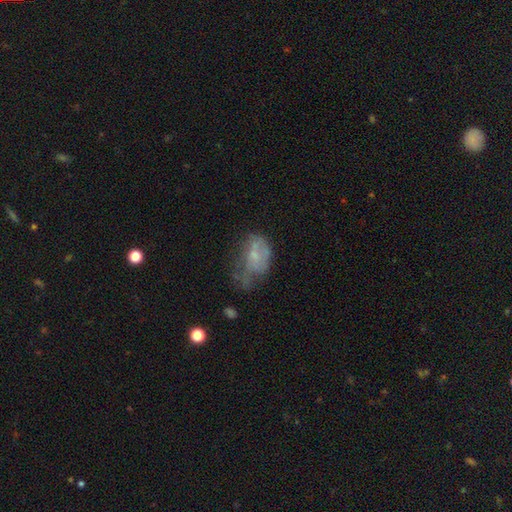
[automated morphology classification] This appears to be a smooth galaxy with no disk features (45%). Merging: major disturbance (36%).